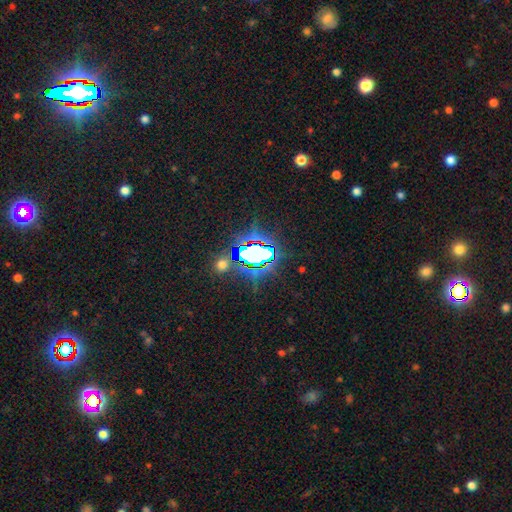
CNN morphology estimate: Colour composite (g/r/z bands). It shows a star or artifact, not a galaxy (71%).